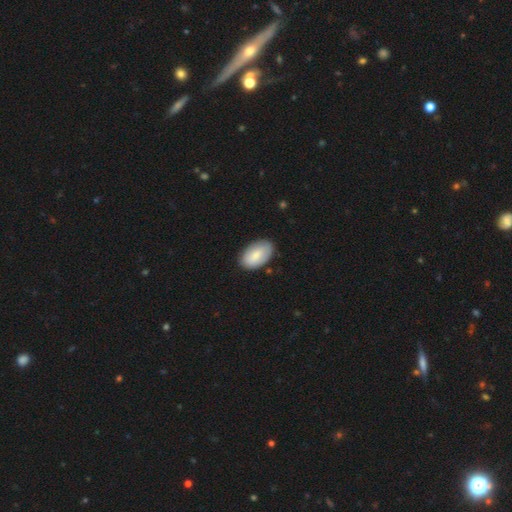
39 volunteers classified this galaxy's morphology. Volunteers were most divided on "smooth or featured": smooth: 79%, featured or disk: 10%, star or artifact: 10%. More confident: merging — none (94%); how rounded — in between (94%).